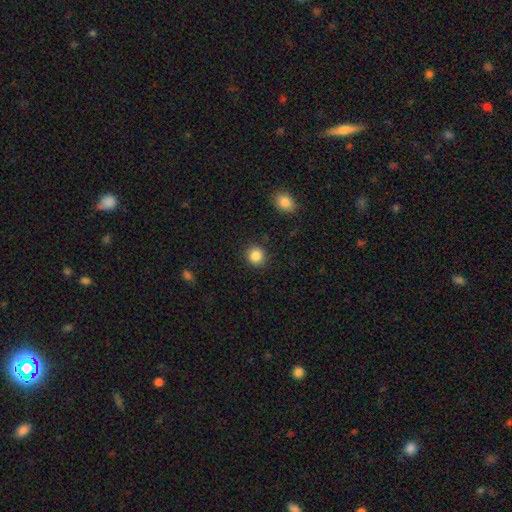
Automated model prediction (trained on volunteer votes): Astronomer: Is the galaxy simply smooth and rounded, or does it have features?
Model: smooth — 86%.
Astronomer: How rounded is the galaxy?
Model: round — 90%.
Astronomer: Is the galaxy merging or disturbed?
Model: none — 90%.